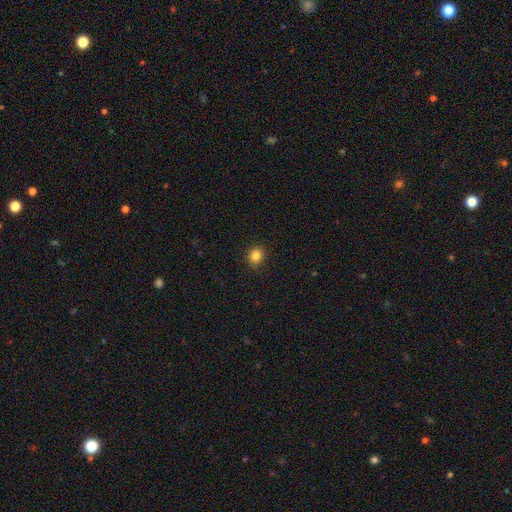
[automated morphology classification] A smooth galaxy with no disk features (84%) that is round (81%). Merging: none (90%).